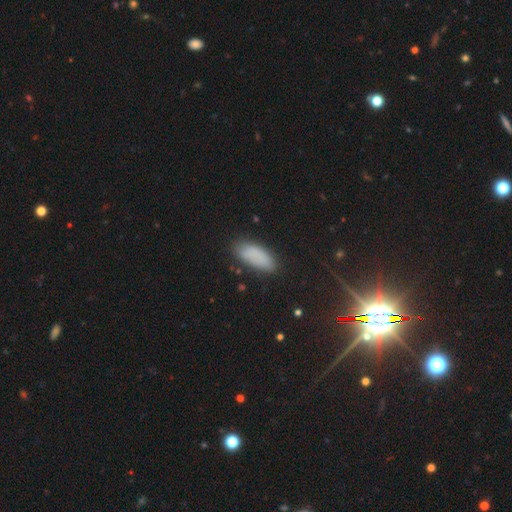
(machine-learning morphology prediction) A smooth galaxy with no disk features (84%) that is in between round and cigar-shaped (84%).

Vote fractions:
- Smooth or featured? smooth: 84% / star or artifact: 9% / featured or disk: 6%
- How rounded? in between: 84% / cigar-shaped: 14% / round: 2%
- Merging? none: 78% / minor disturbance: 16% / major disturbance: 4% / merger: 2%